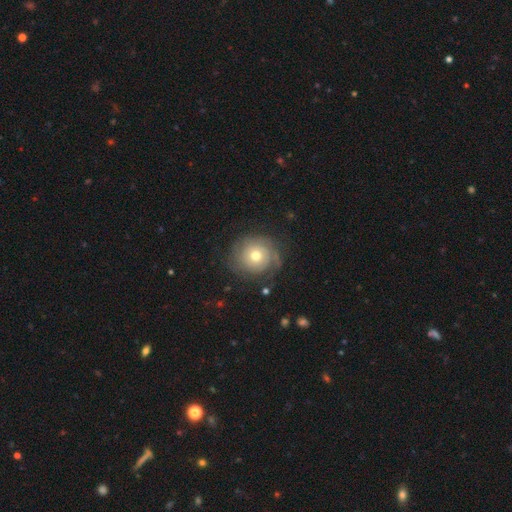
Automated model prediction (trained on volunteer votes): A featured or disk galaxy (56%) with no bar (86%), spiral arms (80%) and a moderate central bulge (71%). Merging: none (72%).